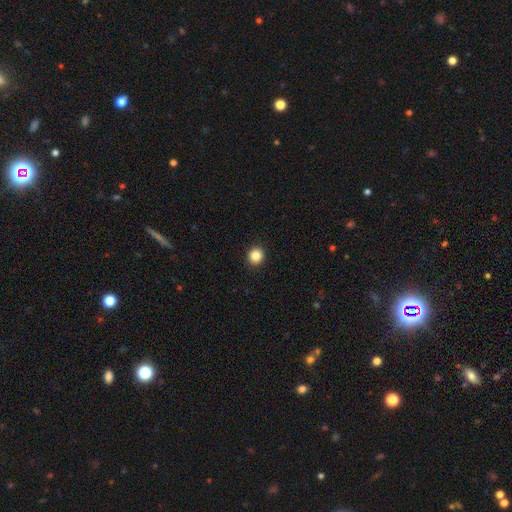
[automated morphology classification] This appears to be a smooth galaxy with no disk features (85%) that is round (90%). Merging: none (93%).